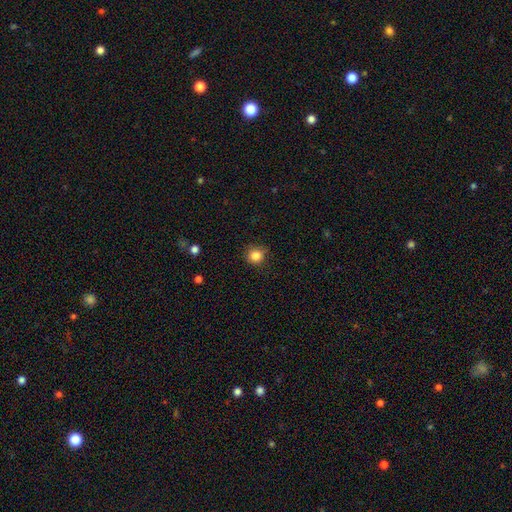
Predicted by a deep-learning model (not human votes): A smooth galaxy with no disk features (84%) that is round (88%).

Vote fractions:
- Smooth or featured? smooth: 84% / star or artifact: 11% / featured or disk: 5%
- How rounded? round: 88% / in between: 11% / cigar-shaped: 1%
- Merging? none: 85% / minor disturbance: 12% / major disturbance: 3% / merger: 1%